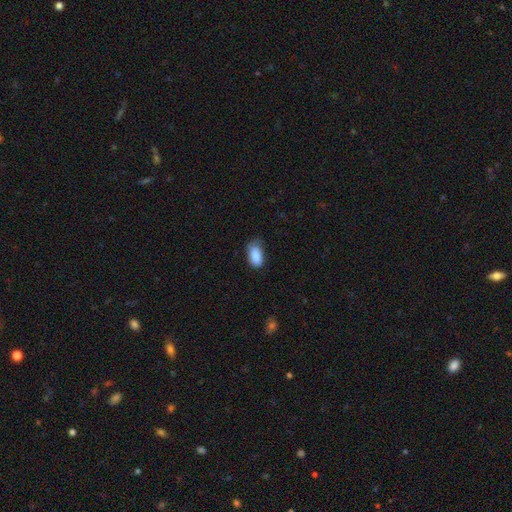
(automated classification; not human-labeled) Overall: smooth (86%). How rounded: in between (93%). Merging: none (59%; minor disturbance 32%).